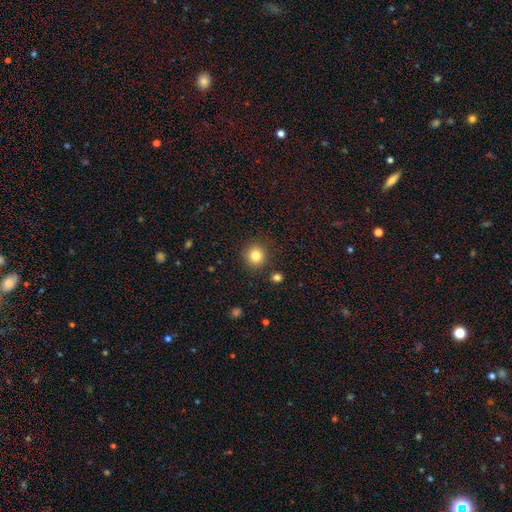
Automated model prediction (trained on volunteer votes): The model was most divided on "smooth or featured": smooth: 83%, star or artifact: 12%, featured or disk: 6%. More confident: how rounded — round (92%); merging — none (89%).